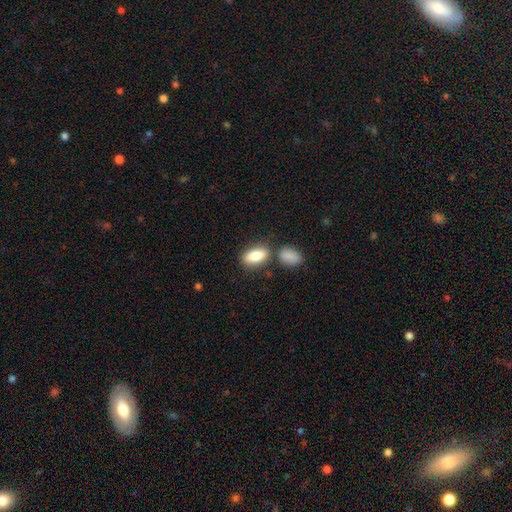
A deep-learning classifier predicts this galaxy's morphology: Smooth or featured: smooth — 84% (featured or disk — 9%)
How rounded: in between — 89% (cigar-shaped — 6%)
Merging: none — 69% (merger — 16%)